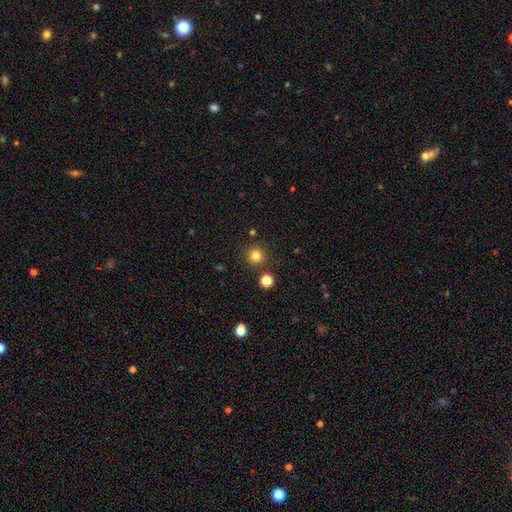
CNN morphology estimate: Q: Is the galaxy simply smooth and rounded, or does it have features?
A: smooth — 81%.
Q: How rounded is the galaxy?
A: round — 94%.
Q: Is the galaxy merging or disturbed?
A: none — 88%.